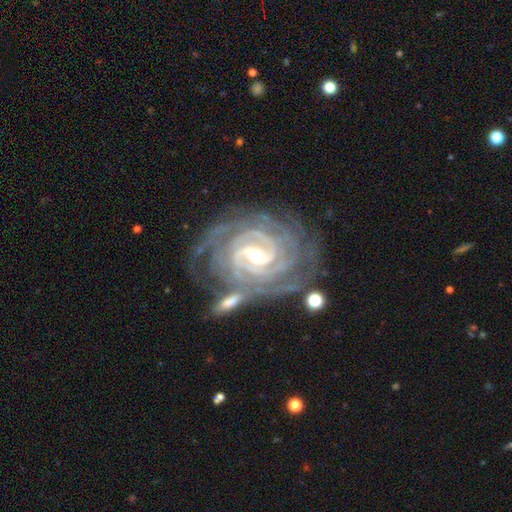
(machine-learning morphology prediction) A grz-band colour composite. It shows a featured or disk galaxy (93%) with a strong bar (50%), 4 (29%) tight (83%) spiral arms (99%) and a small central bulge (49%). Merging: none (68%).